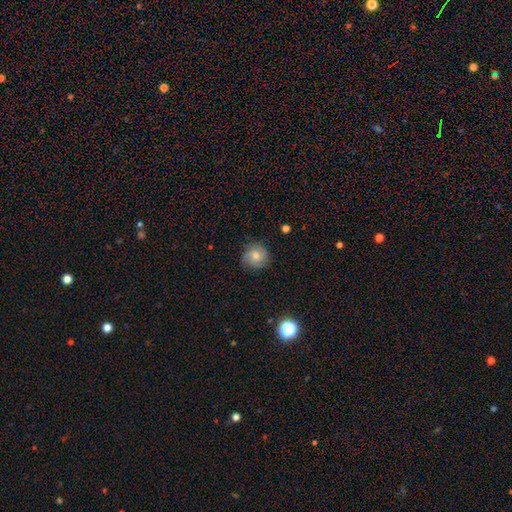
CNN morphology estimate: type=smooth (60%); roundness=round (91%); merging=none (80%).